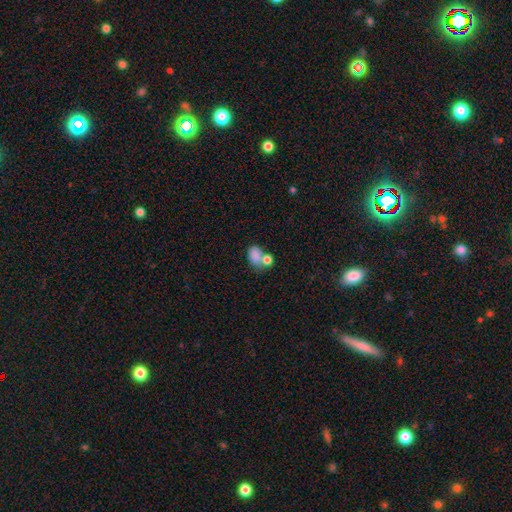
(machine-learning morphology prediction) Smooth or featured? smooth (81%)
How rounded? in between (75%)
Merging? merger (40%)